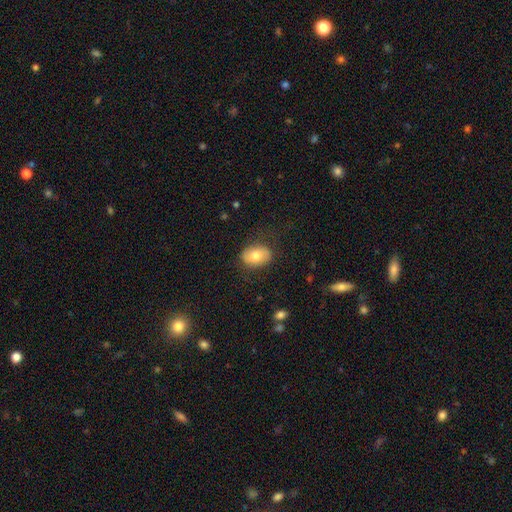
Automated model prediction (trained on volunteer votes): smooth_or_featured: smooth (p=0.73) [alt: featured or disk p=0.20]
how_rounded: in between (p=0.76) [alt: round p=0.23]
merging: none (p=0.78) [alt: minor disturbance p=0.15]